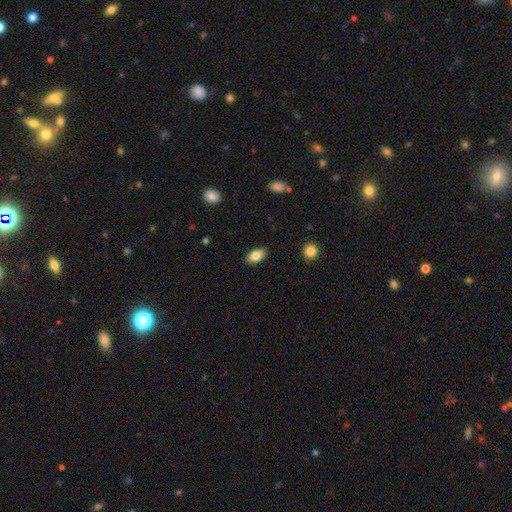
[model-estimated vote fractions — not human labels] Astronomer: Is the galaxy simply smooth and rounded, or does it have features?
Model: smooth — 83%.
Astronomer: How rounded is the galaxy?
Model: in between — 92%.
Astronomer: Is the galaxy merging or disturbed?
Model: none — 88%.